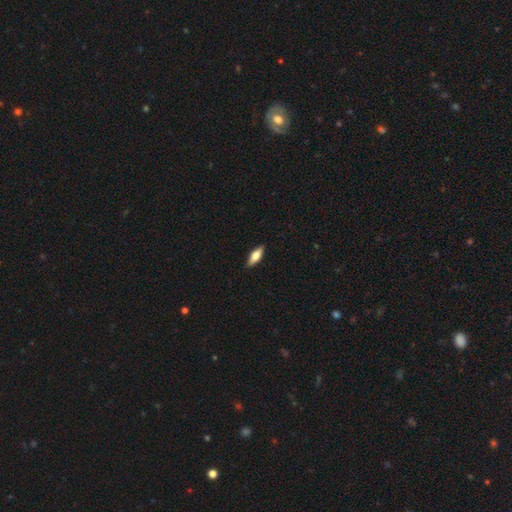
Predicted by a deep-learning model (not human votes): A smooth galaxy with no disk features (65%) that is in between round and cigar-shaped (62%).

Vote fractions:
- Smooth or featured? smooth: 65% / featured or disk: 28% / star or artifact: 6%
- How rounded? in between: 62% / cigar-shaped: 35% / round: 3%
- Merging? none: 89% / minor disturbance: 8% / major disturbance: 2% / merger: 1%